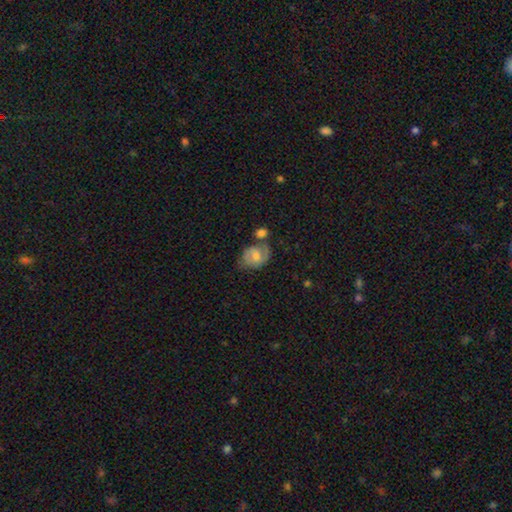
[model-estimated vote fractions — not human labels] Smooth or featured? Predicted: featured or disk (p=0.54). Edge-on disk? Predicted: no (p=0.96). Bar? Predicted: no (p=0.51). Spiral arms? Predicted: yes (p=0.77). Bulge size? Predicted: moderate (p=0.60). Merging? Predicted: none (p=0.49).